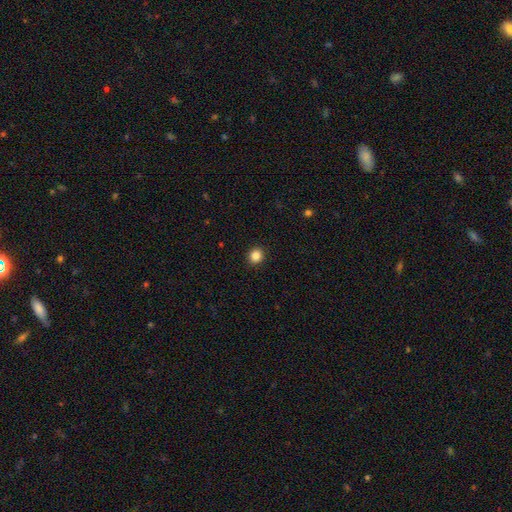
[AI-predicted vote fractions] smooth 86%, star or artifact 11%, featured or disk 3%. Down the decision tree: how rounded — round (82%); merging — none (92%).